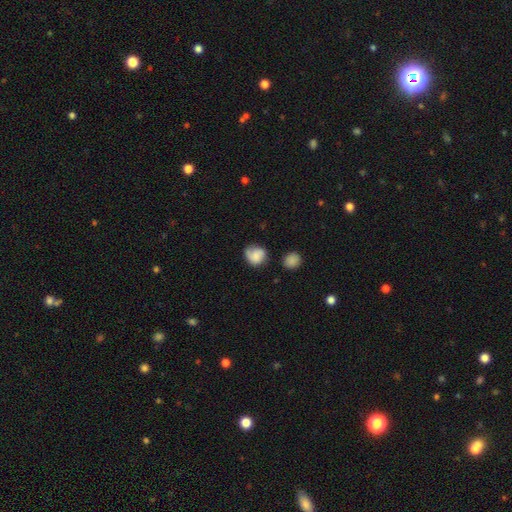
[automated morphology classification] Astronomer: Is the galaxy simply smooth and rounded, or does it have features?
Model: smooth — 71%.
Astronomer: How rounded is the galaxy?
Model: round — 74%.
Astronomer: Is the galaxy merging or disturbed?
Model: none — 57%.